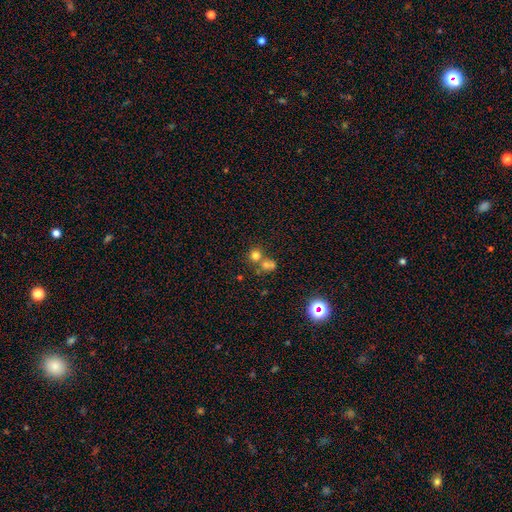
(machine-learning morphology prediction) A smooth galaxy with no disk features (71%) that is round (87%). Merging: none (48%).